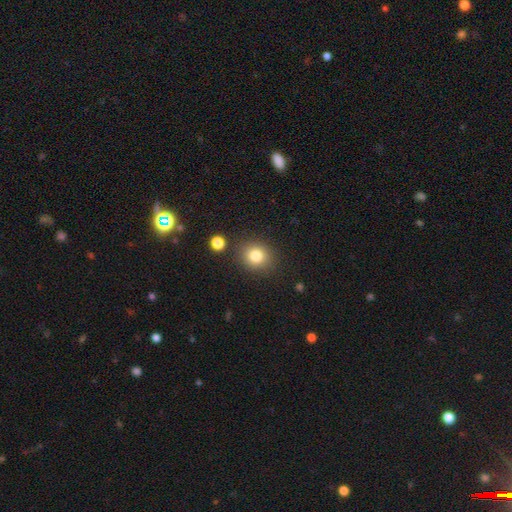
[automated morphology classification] smooth-or-featured: smooth: 81% | star or artifact: 12% | featured or disk: 7%
  how-rounded: round: 80% | in between: 19% | cigar-shaped: 1%
  merging: none: 85% | minor disturbance: 9% | merger: 3% | major disturbance: 3%